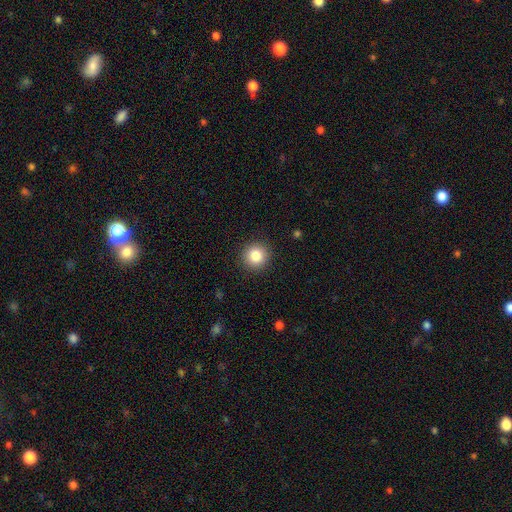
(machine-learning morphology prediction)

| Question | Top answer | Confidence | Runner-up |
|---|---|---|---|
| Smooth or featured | smooth | 84% | star or artifact (10%) |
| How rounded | round | 94% | in between (5%) |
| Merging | none | 91% | minor disturbance (6%) |